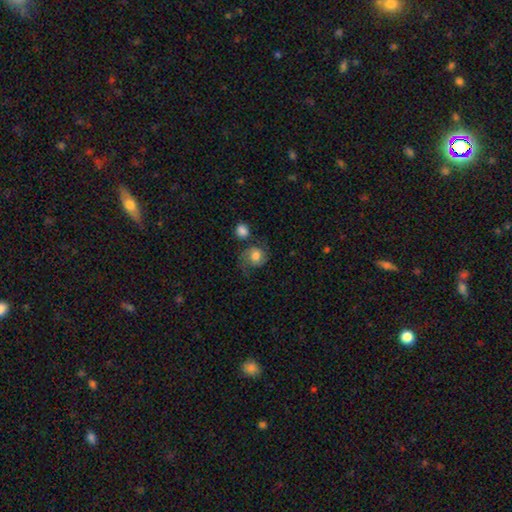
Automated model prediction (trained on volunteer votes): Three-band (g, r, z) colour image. It shows a smooth galaxy with no disk features (49%). Merging: none (56%).